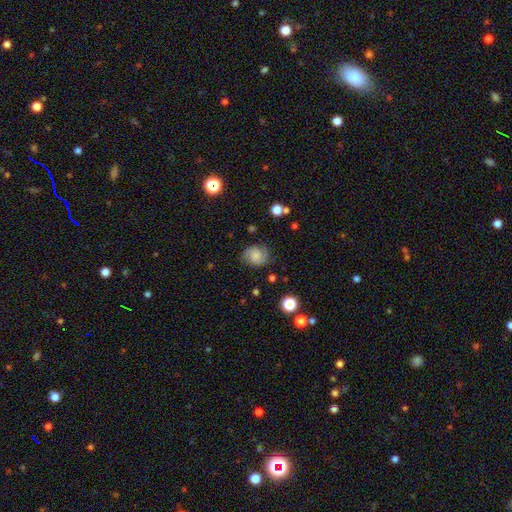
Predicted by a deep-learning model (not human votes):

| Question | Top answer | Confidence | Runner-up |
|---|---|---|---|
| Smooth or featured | featured or disk | 53% | smooth (37%) |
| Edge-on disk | no | 98% | yes (2%) |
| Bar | no | 62% | weak (32%) |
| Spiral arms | yes | 92% | no (8%) |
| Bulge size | none | 42% | small (24%) |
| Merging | none | 74% | minor disturbance (17%) |